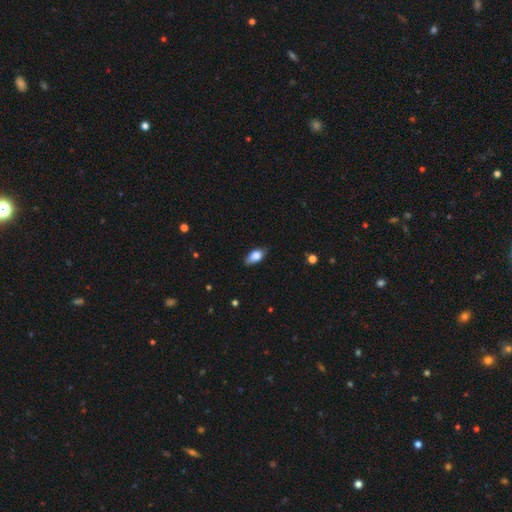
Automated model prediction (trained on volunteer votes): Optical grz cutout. It shows a smooth galaxy with no disk features (81%) that is in between round and cigar-shaped (89%). Merging: none (76%).